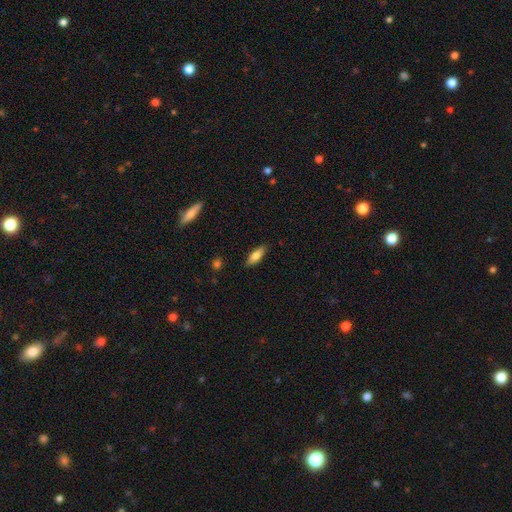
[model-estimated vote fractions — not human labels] smooth-or-featured: smooth: 76% | featured or disk: 17% | star or artifact: 7%
  how-rounded: in between: 61% | cigar-shaped: 37% | round: 2%
  merging: none: 86% | minor disturbance: 10% | major disturbance: 2% | merger: 1%